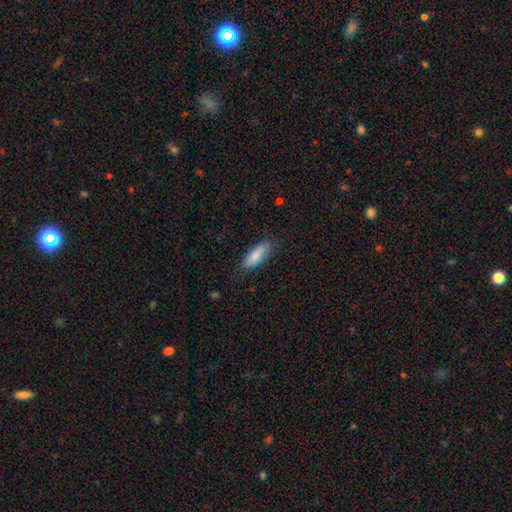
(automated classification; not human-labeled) Smooth or featured?
  - smooth: 83% *
  - featured or disk: 11%
  - star or artifact: 6%
How rounded?
  - in between: 71% *
  - cigar-shaped: 27%
  - round: 2%
Merging?
  - none: 78% *
  - minor disturbance: 17%
  - major disturbance: 4%
  - merger: 1%